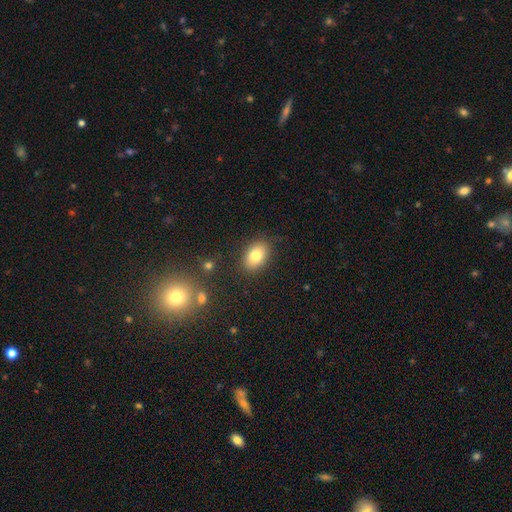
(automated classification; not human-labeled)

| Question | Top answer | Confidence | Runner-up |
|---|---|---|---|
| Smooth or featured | smooth | 79% | featured or disk (12%) |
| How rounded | in between | 82% | round (17%) |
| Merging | none | 85% | minor disturbance (10%) |